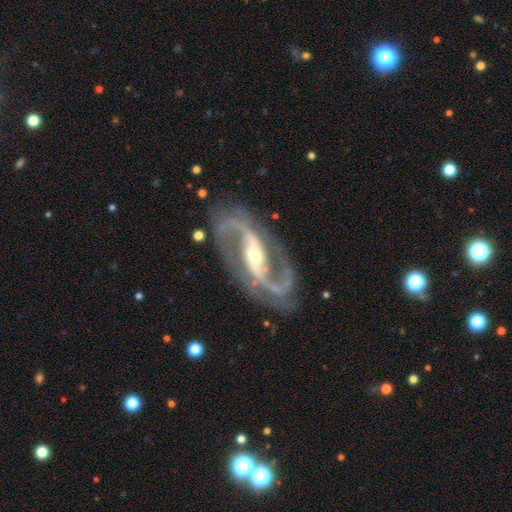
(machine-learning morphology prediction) featured or disk 93%, star or artifact 4%, smooth 2%. Down the decision tree: edge-on disk — no (97%); bar — strong (47%); spiral arms — yes (98%); spiral arm count — 2 (94%); spiral winding — medium (58%); bulge size — moderate (49%); merging — none (80%).